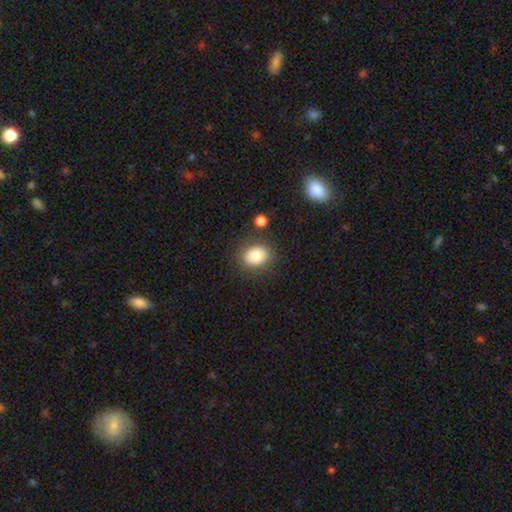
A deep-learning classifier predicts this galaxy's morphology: Smooth or featured? Predicted: smooth (p=0.82). How rounded? Predicted: round (p=0.56). Merging? Predicted: none (p=0.82).